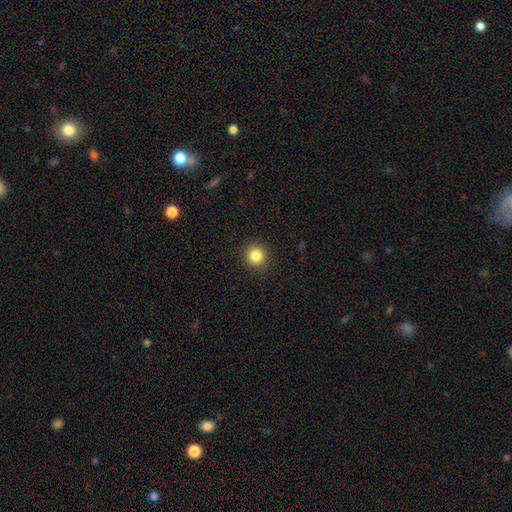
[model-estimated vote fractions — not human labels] smooth 84%, star or artifact 12%, featured or disk 5%. Down the decision tree: how rounded — round (94%); merging — none (92%).